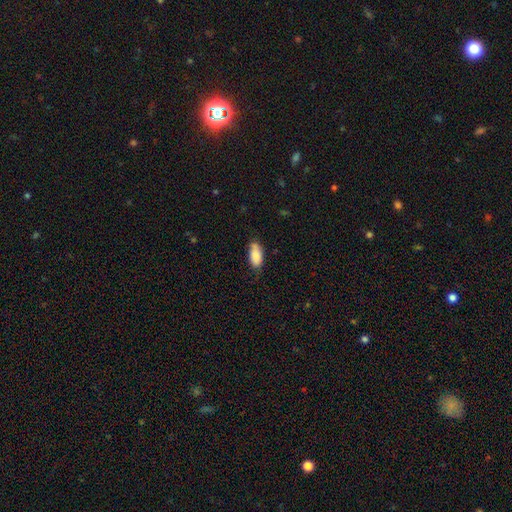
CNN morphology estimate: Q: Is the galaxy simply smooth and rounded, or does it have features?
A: smooth — 85%.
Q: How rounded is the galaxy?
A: in between — 89%.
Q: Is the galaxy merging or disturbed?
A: none — 69%.